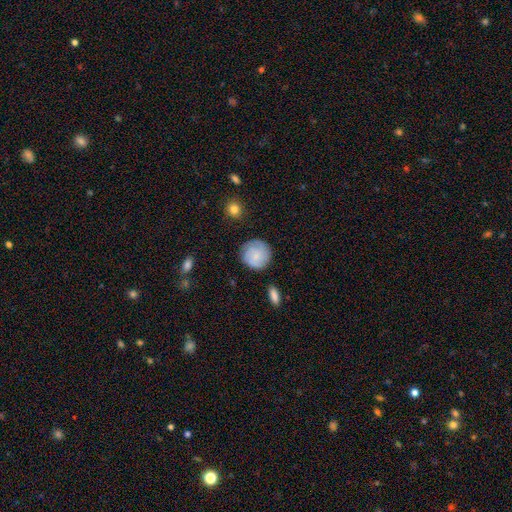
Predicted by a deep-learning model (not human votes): smooth-or-featured: smooth: 67% | featured or disk: 26% | star or artifact: 7%
  how-rounded: round: 93% | in between: 6% | cigar-shaped: 1%
  merging: none: 80% | minor disturbance: 14% | major disturbance: 4% | merger: 2%